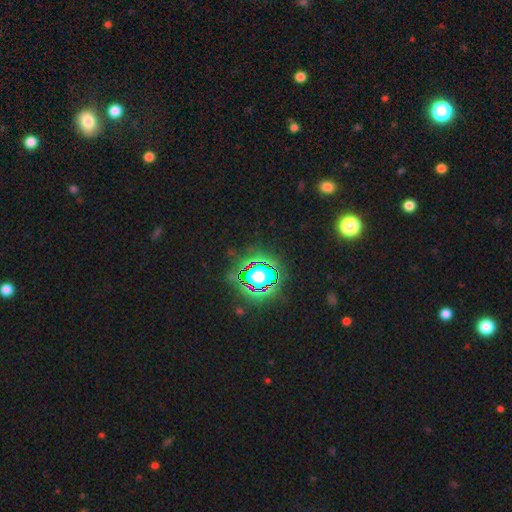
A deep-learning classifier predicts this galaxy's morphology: Overall: star or artifact (80%).